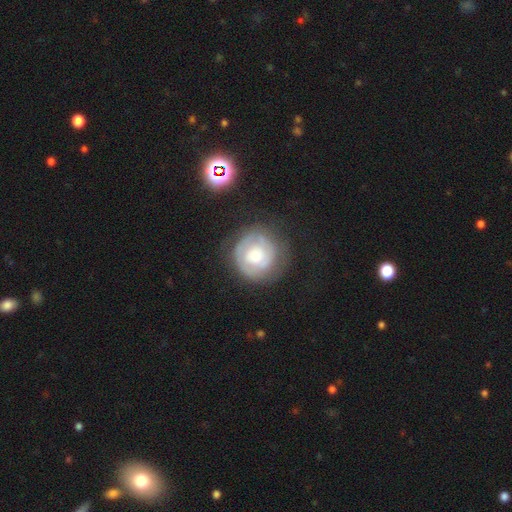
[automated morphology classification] type=featured or disk (64%); edge-on=no (98%); bar=no (78%); spiral arms=yes (74%); bulge=moderate (51%); merging=none (70%).